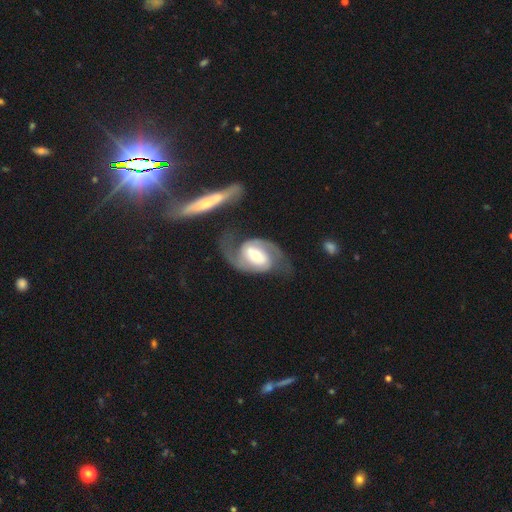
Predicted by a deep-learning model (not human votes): featured or disk 88%, smooth 7%, star or artifact 4%. Down the decision tree: edge-on disk — no (97%); bar — weak (38%, tied with strong); spiral arms — yes (97%); spiral arm count — 2 (92%); spiral winding — medium (52%); bulge size — moderate (56%); merging — none (63%).